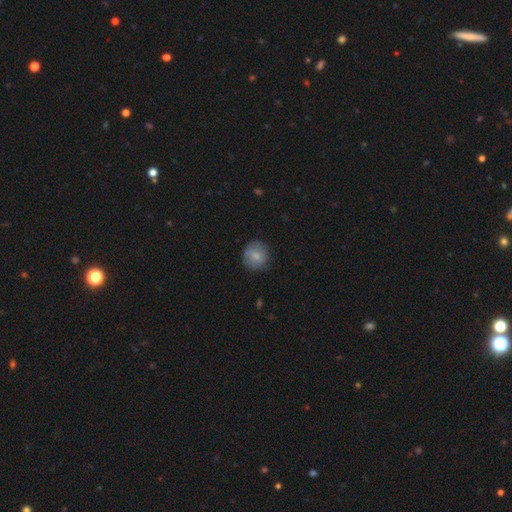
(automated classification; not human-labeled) This appears to be a smooth galaxy with no disk features (80%) that is round (89%). Merging: none (81%).